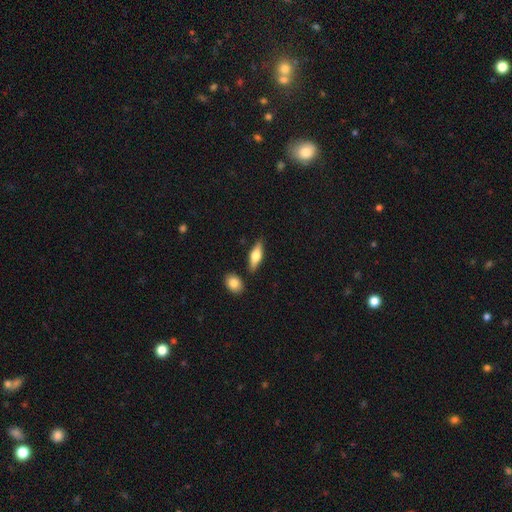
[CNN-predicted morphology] A smooth galaxy with no disk features (57%) that is in between round and cigar-shaped (59%). Merging: none (82%).